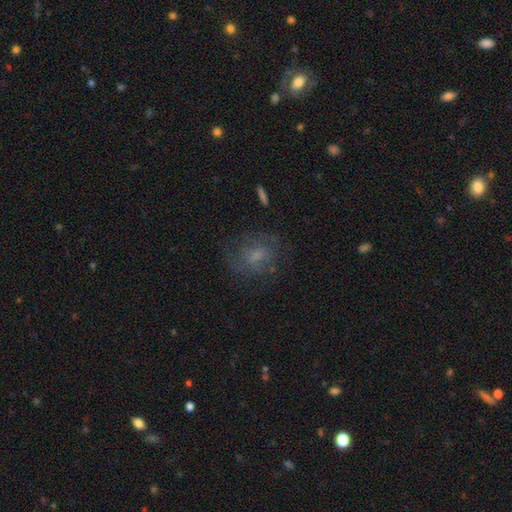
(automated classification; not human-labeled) Smooth or featured?
  - smooth: 45% *
  - featured or disk: 40%
  - star or artifact: 15%
Merging?
  - none: 67% *
  - minor disturbance: 18%
  - major disturbance: 13%
  - merger: 2%